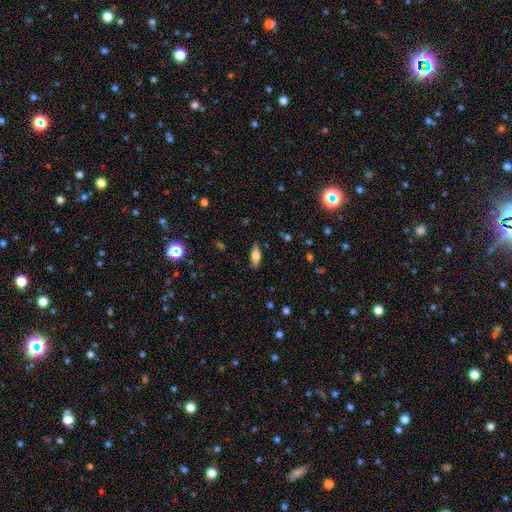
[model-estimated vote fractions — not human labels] This is likely a smooth galaxy (75%). How rounded: likely in between (75%). Merging: clearly none (83%).